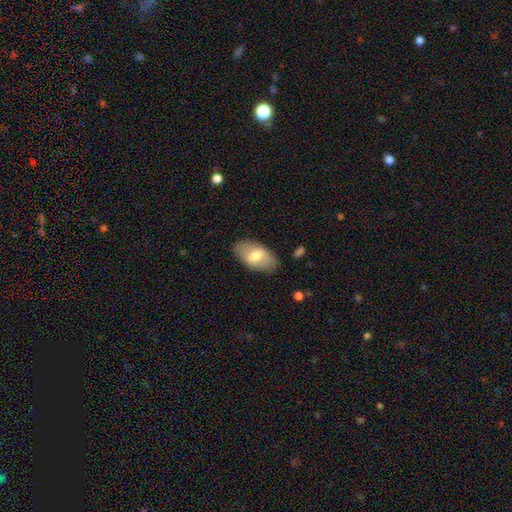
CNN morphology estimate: smooth-or-featured: smooth: 60% | featured or disk: 34% | star or artifact: 6%
  how-rounded: in between: 93% | round: 5% | cigar-shaped: 2%
  merging: none: 80% | minor disturbance: 14% | major disturbance: 4% | merger: 1%